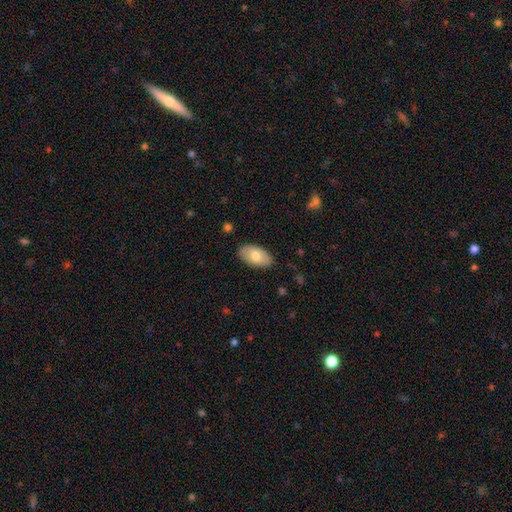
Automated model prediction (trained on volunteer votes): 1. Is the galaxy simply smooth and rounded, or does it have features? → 73% smooth, 21% featured or disk, 6% star or artifact.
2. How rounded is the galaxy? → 95% in between, 3% round, 2% cigar-shaped.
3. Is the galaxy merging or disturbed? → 86% none, 11% minor disturbance, 2% major disturbance, 1% merger.